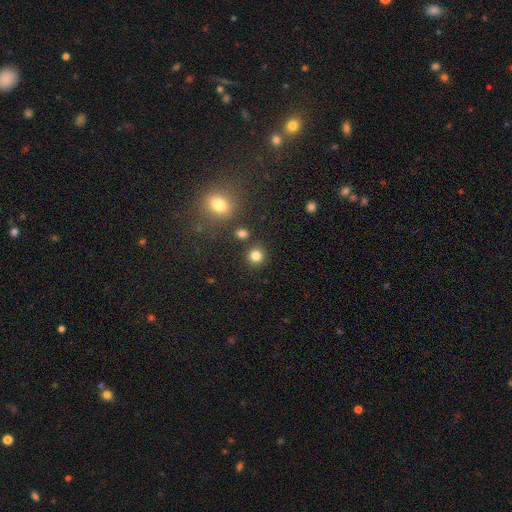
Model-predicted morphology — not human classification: Smooth or featured?
  - smooth: 82% *
  - star or artifact: 13%
  - featured or disk: 5%
How rounded?
  - round: 92% *
  - in between: 8%
  - cigar-shaped: 1%
Merging?
  - none: 87% *
  - minor disturbance: 6%
  - merger: 5%
  - major disturbance: 2%